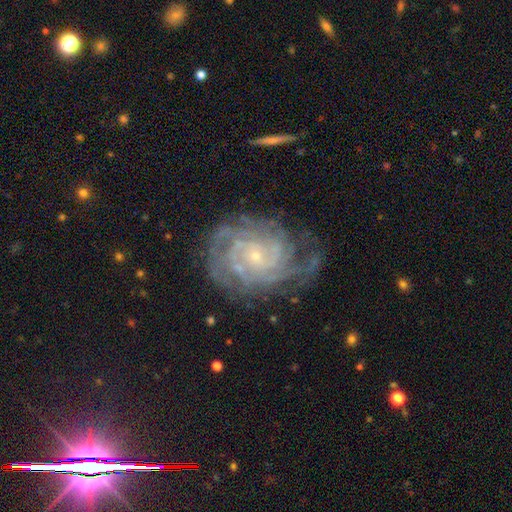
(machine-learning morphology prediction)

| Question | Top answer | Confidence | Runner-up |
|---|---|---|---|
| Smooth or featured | featured or disk | 87% | star or artifact (7%) |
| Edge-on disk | no | 97% | yes (3%) |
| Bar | no | 73% | weak (22%) |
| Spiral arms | yes | 97% | no (3%) |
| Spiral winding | tight | 76% | medium (20%) |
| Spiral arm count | can't tell | 27% | 4 (23%) |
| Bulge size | small | 85% | moderate (11%) |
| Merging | none | 67% | minor disturbance (21%) |